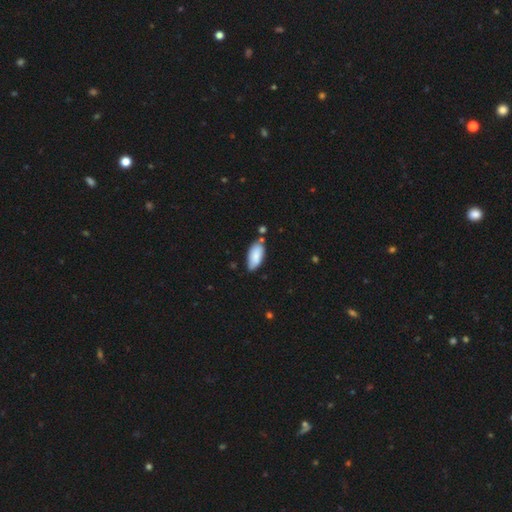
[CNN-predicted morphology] The model was most divided on "merging": none: 67%, minor disturbance: 22%, merger: 7%, major disturbance: 4%. More confident: how rounded — in between (89%); smooth or featured — smooth (84%).